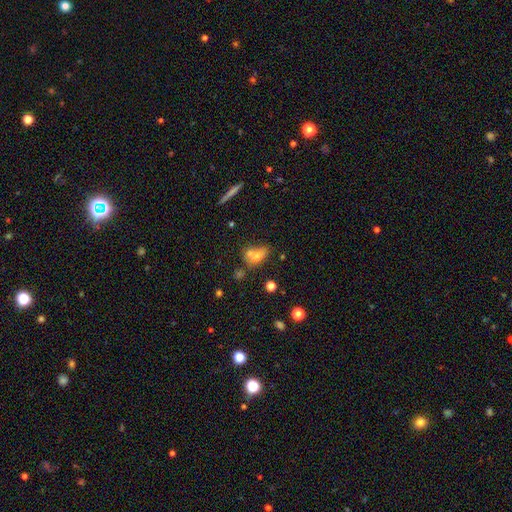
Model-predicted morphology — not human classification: smooth 65%, featured or disk 22%, star or artifact 13%. Down the decision tree: how rounded — in between (71%); merging — merger (50%).